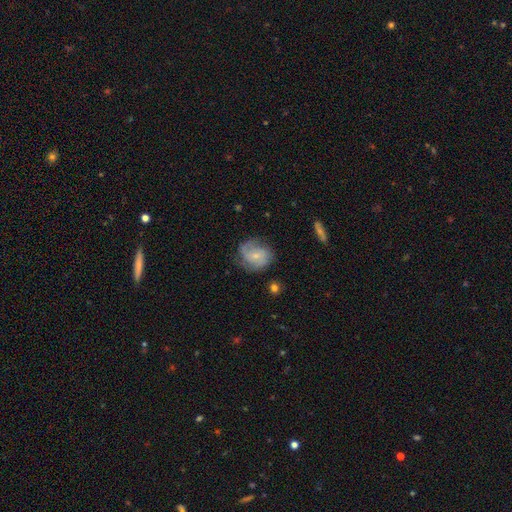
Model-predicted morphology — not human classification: Overall: featured or disk (51%; smooth 41%). Edge-on disk: no (97%). Merging: none (59%; minor disturbance 26%).